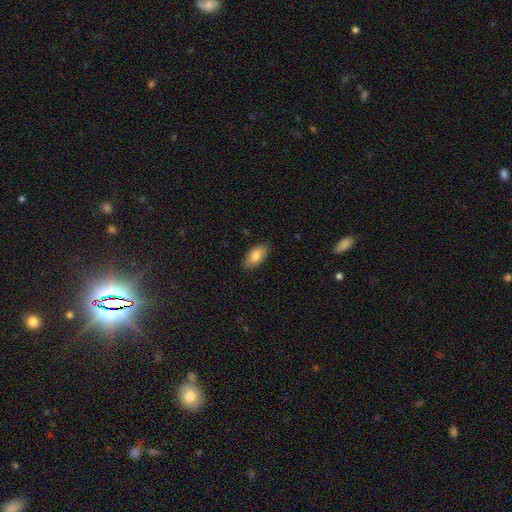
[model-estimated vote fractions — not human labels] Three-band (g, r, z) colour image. It shows a smooth galaxy with no disk features (81%) that is in between round and cigar-shaped (92%). Merging: none (86%).